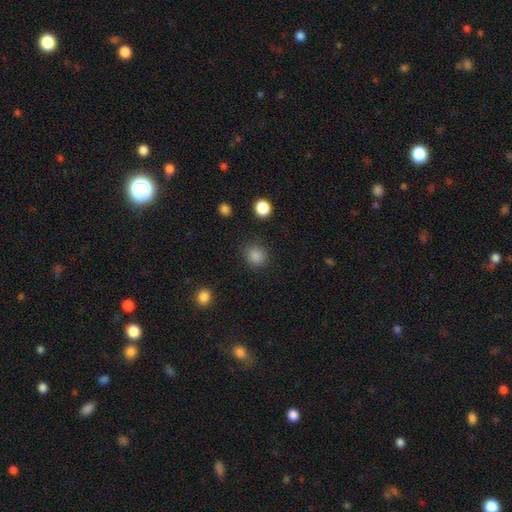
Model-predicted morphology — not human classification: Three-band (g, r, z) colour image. It shows a smooth galaxy with no disk features (86%) that is round (83%). Merging: none (86%).